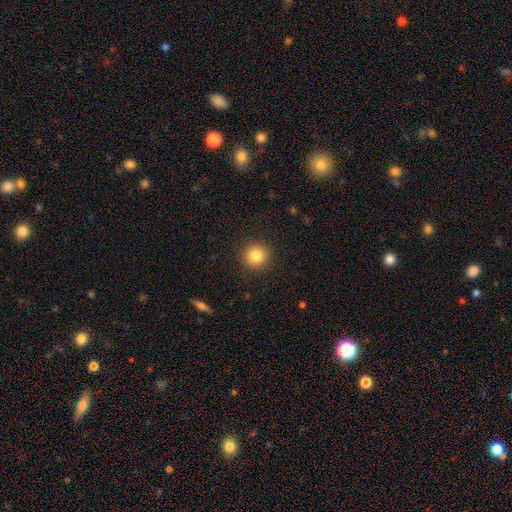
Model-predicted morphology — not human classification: smooth 84%, star or artifact 10%, featured or disk 6%. Down the decision tree: how rounded — round (94%); merging — none (91%).